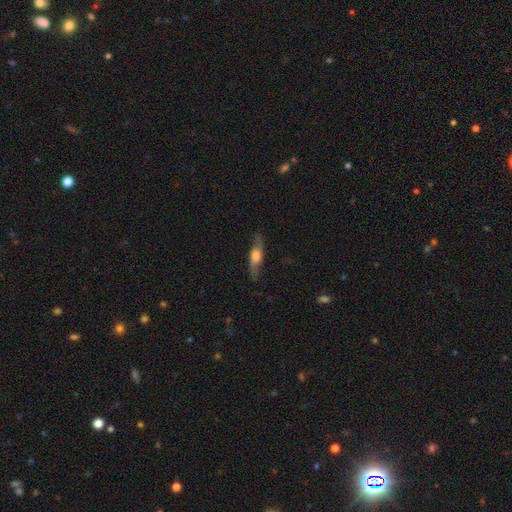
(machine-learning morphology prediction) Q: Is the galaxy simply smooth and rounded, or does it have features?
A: featured or disk — 59%.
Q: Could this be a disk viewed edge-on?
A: yes — 73%.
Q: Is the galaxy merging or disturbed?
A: none — 80%.